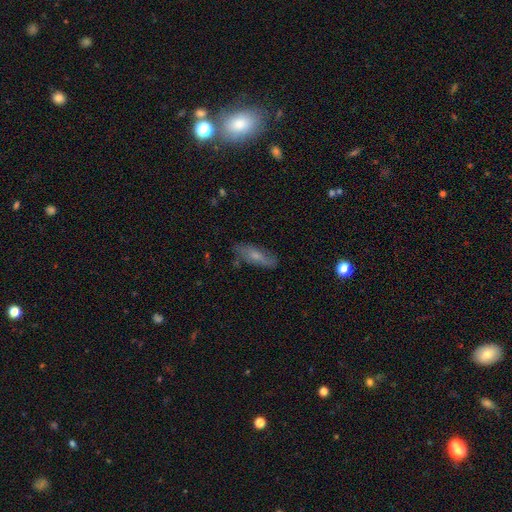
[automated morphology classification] A smooth galaxy with no disk features (53%) that is in between round and cigar-shaped (53%). Merging: none (76%).